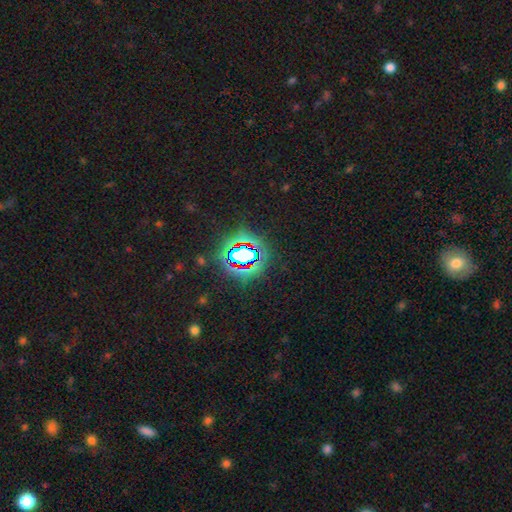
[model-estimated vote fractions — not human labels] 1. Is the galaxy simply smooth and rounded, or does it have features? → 81% star or artifact, 12% smooth, 7% featured or disk.